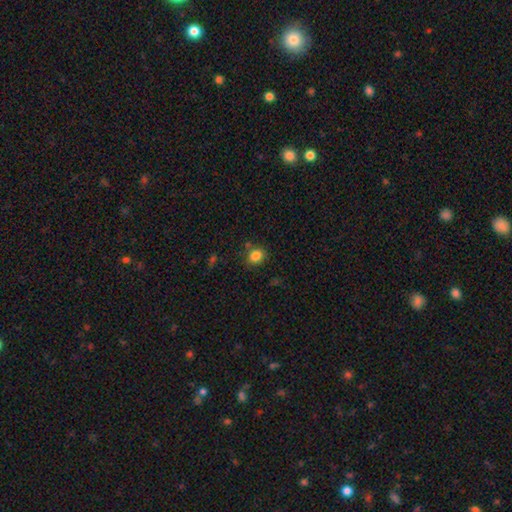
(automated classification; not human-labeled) A smooth galaxy with no disk features (84%) that is round (59%).

Vote fractions:
- Smooth or featured? smooth: 84% / star or artifact: 11% / featured or disk: 5%
- How rounded? round: 59% / in between: 40% / cigar-shaped: 1%
- Merging? none: 79% / minor disturbance: 12% / merger: 5% / major disturbance: 3%